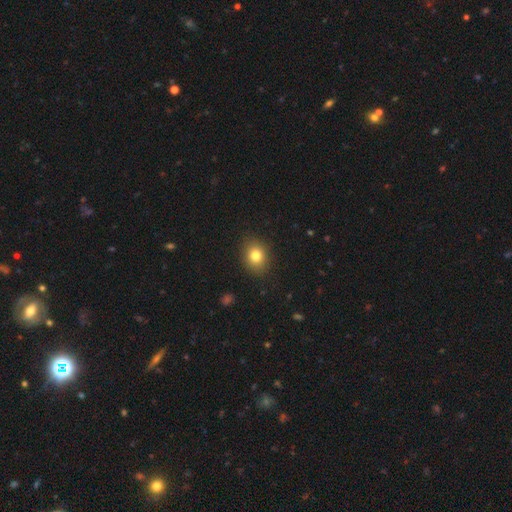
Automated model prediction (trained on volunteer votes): Smooth or featured?
  - smooth: 80% *
  - star or artifact: 12%
  - featured or disk: 9%
How rounded?
  - round: 58% *
  - in between: 41%
  - cigar-shaped: 1%
Merging?
  - none: 88% *
  - minor disturbance: 9%
  - major disturbance: 3%
  - merger: 1%